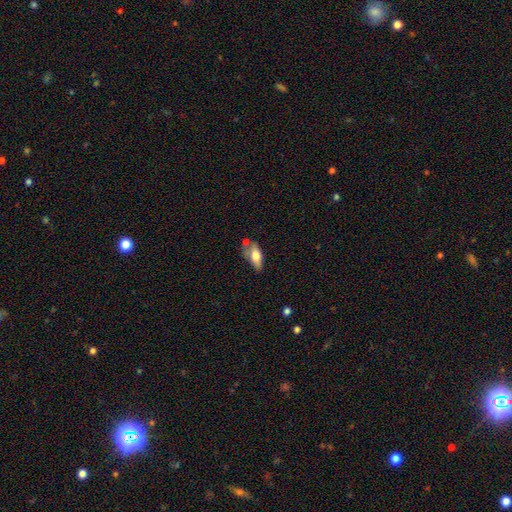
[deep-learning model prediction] A smooth galaxy with no disk features (66%) that is in between round and cigar-shaped (80%).

Vote fractions:
- Smooth or featured? smooth: 66% / featured or disk: 28% / star or artifact: 7%
- How rounded? in between: 80% / cigar-shaped: 17% / round: 3%
- Merging? none: 40% / minor disturbance: 31% / merger: 15% / major disturbance: 14%